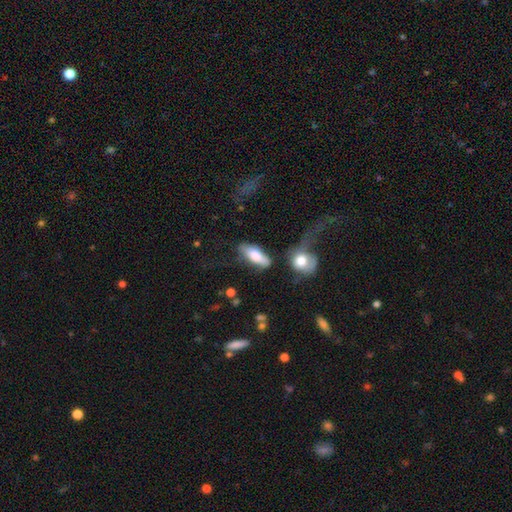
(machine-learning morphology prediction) A smooth galaxy with no disk features (71%) that is in between round and cigar-shaped (74%). Merging: none (48%).